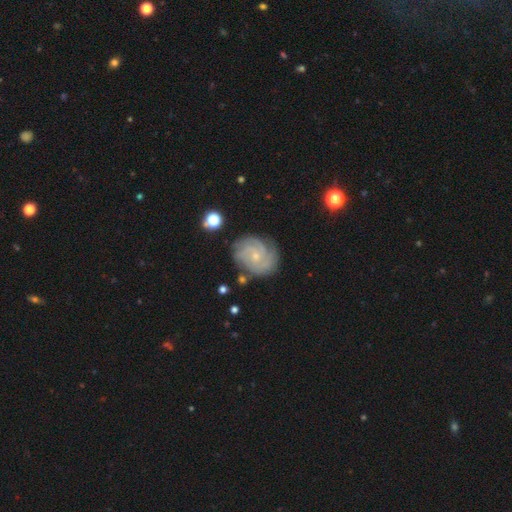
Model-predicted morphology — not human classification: Q: Smooth or featured?
A: featured or disk (83%); runner-up: smooth (10%)
Q: Edge-on disk?
A: no (98%); runner-up: yes (2%)
Q: Bar?
A: no (74%); runner-up: weak (22%)
Q: Spiral arms?
A: yes (97%); runner-up: no (3%)
Q: Spiral winding?
A: tight (70%); runner-up: medium (25%)
Q: Spiral arm count?
A: 3 (30%); runner-up: can't tell (22%)
Q: Bulge size?
A: small (77%); runner-up: moderate (18%)
Q: Merging?
A: none (76%); runner-up: minor disturbance (16%)